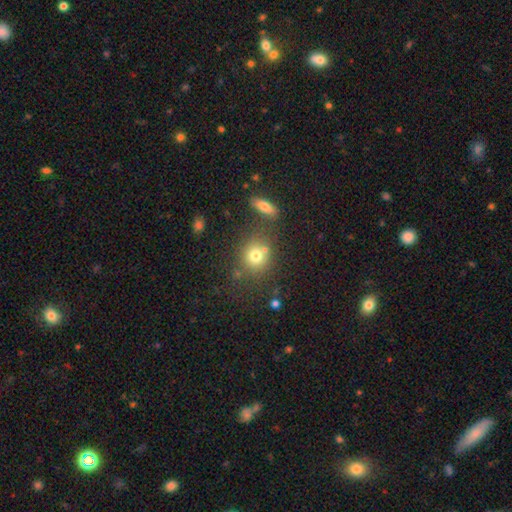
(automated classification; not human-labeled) This is likely a smooth galaxy (75%). How rounded: likely round (78%). Merging: likely none (63%).